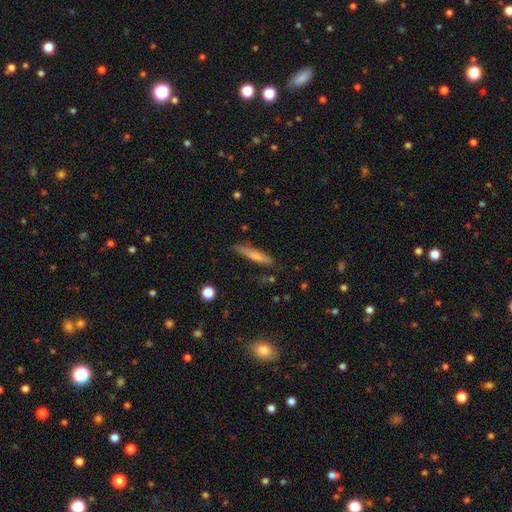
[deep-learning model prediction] The model was most divided on "smooth or featured": smooth: 70%, featured or disk: 23%, star or artifact: 7%. More confident: how rounded — cigar-shaped (88%); merging — none (77%).